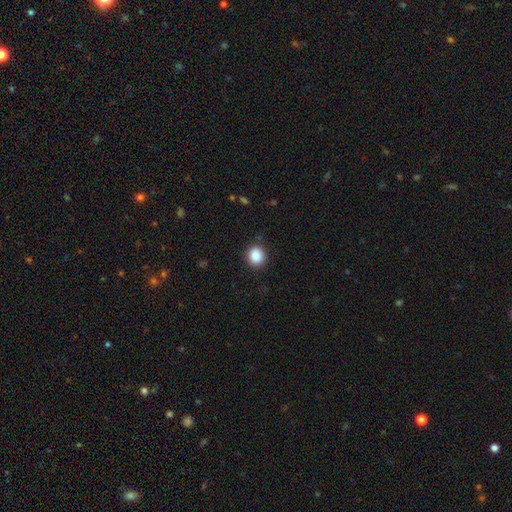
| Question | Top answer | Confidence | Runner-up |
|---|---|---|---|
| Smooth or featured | smooth | 92% | star or artifact (5%) |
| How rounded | round | 94% | in between (6%) |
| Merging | none | 89% | minor disturbance (8%) |